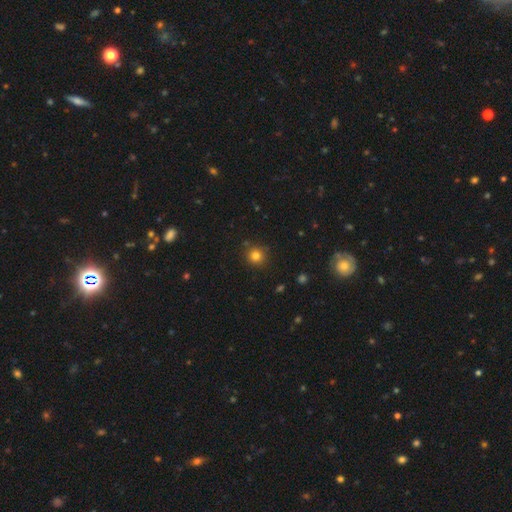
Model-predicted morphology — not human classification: smooth_or_featured: smooth (p=0.80) [alt: star or artifact p=0.14]
how_rounded: round (p=0.93) [alt: in between p=0.06]
merging: none (p=0.87) [alt: minor disturbance p=0.08]